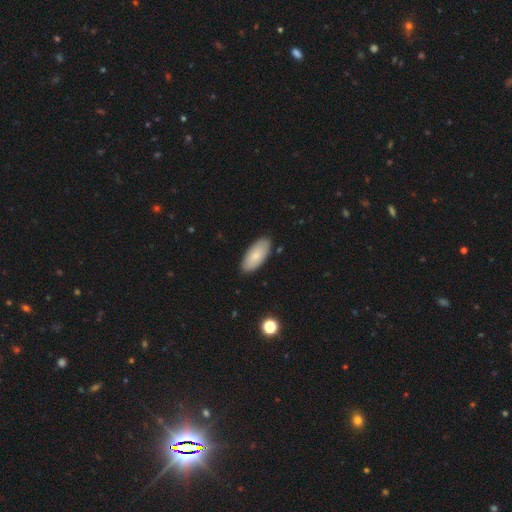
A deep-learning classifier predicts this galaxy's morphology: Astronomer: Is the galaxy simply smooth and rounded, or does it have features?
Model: smooth — 82%.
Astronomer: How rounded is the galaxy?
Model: in between — 90%.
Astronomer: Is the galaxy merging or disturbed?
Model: none — 86%.